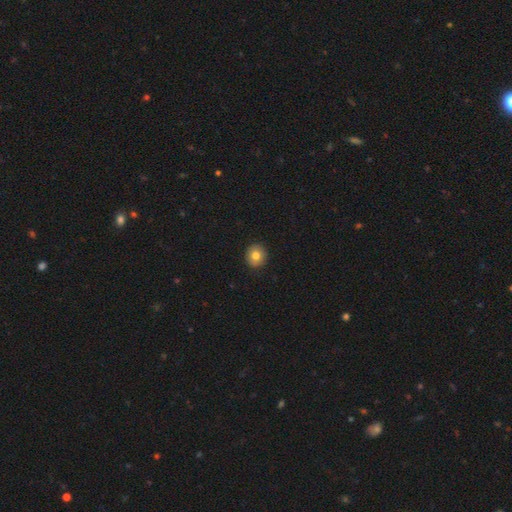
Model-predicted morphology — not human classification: Overall: smooth (80%). How rounded: round (89%). Merging: none (92%).